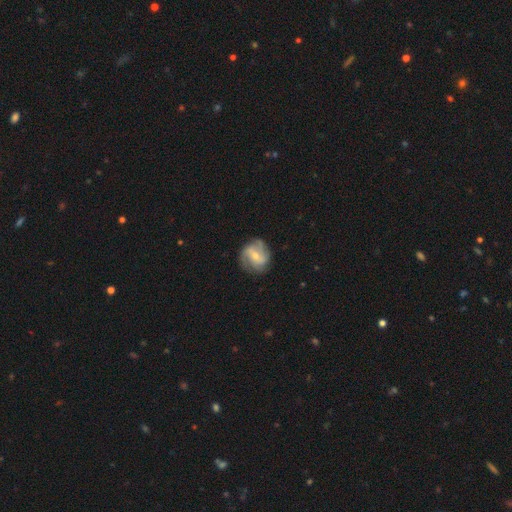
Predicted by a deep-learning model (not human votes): smooth_or_featured: featured or disk (p=0.73) [alt: smooth p=0.21]
disk_edge_on: no (p=0.97) [alt: yes p=0.03]
bar: weak (p=0.47) [alt: no p=0.30]
has_spiral_arms: yes (p=0.91) [alt: no p=0.09]
spiral_winding: medium (p=0.44) [alt: loose p=0.30]
spiral_arm_count: 2 (p=0.48) [alt: 3 p=0.24]
bulge_size: small (p=0.53) [alt: moderate p=0.42]
merging: none (p=0.76) [alt: minor disturbance p=0.16]